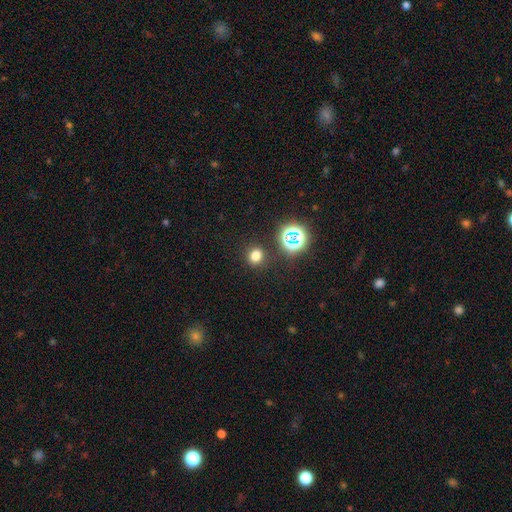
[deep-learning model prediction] Overall: smooth (72%). How rounded: round (77%). Merging: none (87%).